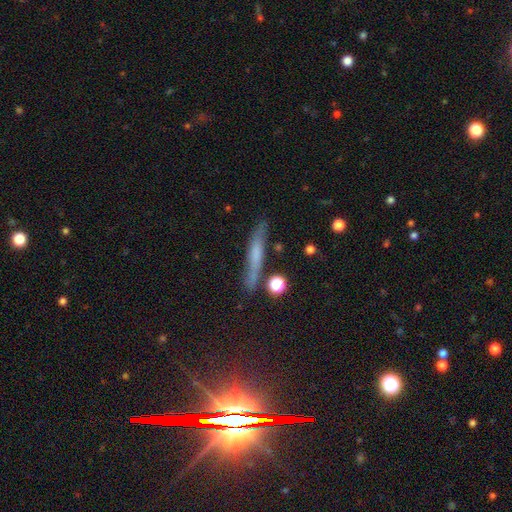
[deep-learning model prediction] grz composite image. It shows a smooth galaxy with no disk features (49%). Merging: none (79%).